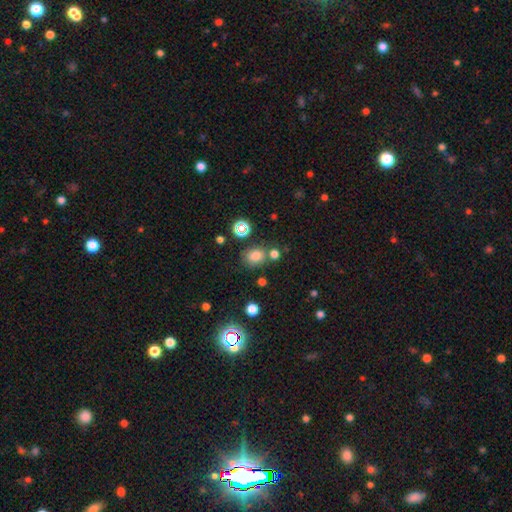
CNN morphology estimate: smooth_or_featured: smooth (p=0.74) [alt: star or artifact p=0.18]
how_rounded: round (p=0.56) [alt: in between p=0.43]
merging: none (p=0.70) [alt: minor disturbance p=0.13]